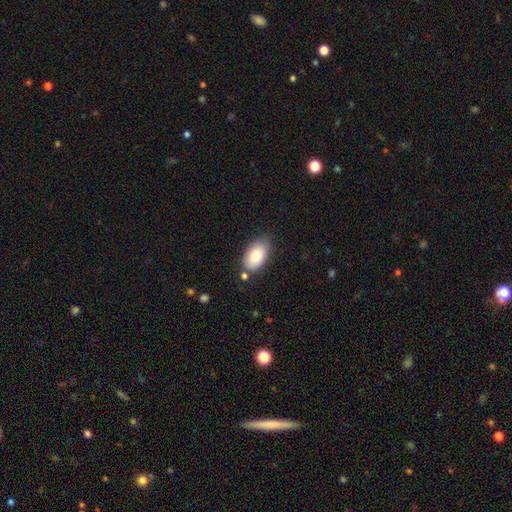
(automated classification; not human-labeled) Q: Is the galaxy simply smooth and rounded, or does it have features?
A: smooth — 79%.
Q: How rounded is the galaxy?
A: in between — 93%.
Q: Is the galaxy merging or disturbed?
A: none — 74%.